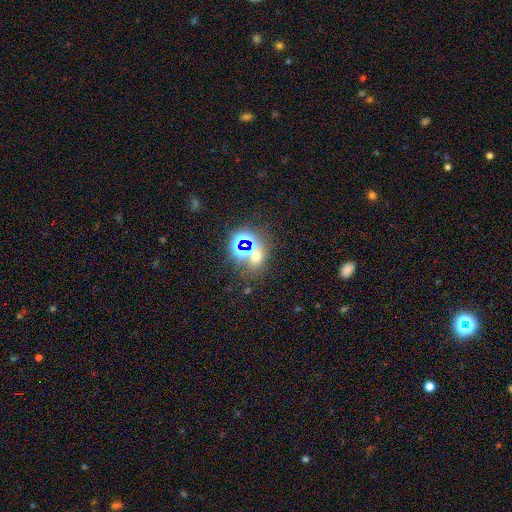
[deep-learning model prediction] A star or artifact, not a galaxy (48%).

Vote fractions:
- Smooth or featured? star or artifact: 48% / smooth: 41% / featured or disk: 11%